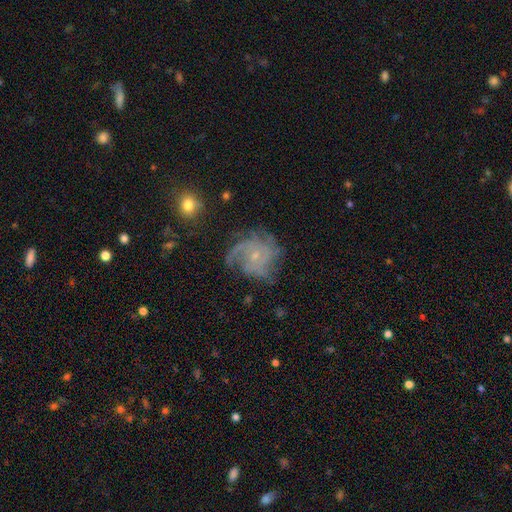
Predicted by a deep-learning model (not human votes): A featured or disk galaxy (81%) with no bar (73%), tight (47%) spiral arms (94%) and a small central bulge (76%).

Vote fractions:
- Smooth or featured? featured or disk: 81% / smooth: 11% / star or artifact: 8%
- Edge-on disk? no: 98% / yes: 2%
- Bar? no: 73% / weak: 23% / strong: 3%
- Spiral arms? yes: 94% / no: 6%
- Spiral winding? tight: 47% / medium: 39% / loose: 14%
- Spiral arm count? can't tell: 29% / 3: 27% / 2: 16% / 4: 14% / 1: 8% / more than 4: 7%
- Bulge size? small: 76% / moderate: 18% / none: 4% / large: 1% / dominant: 1%
- Merging? none: 60% / minor disturbance: 21% / major disturbance: 16% / merger: 2%